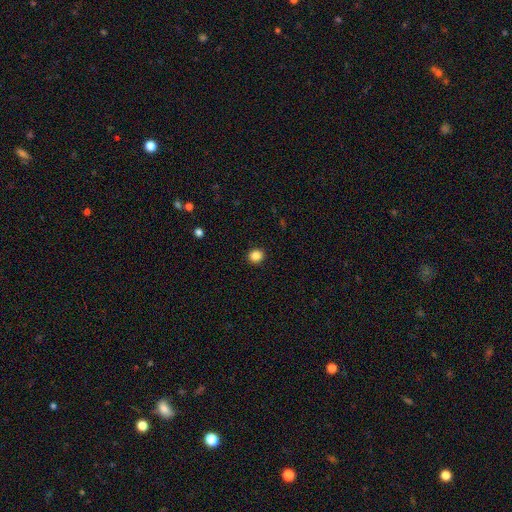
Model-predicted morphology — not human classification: type=smooth (86%); roundness=round (85%); merging=none (92%).